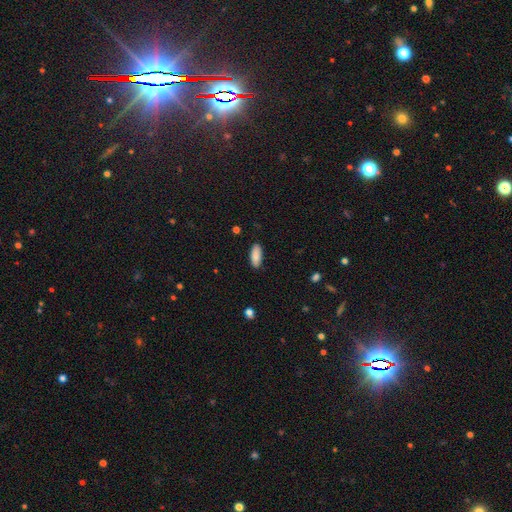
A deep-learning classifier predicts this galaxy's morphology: The model was most divided on "how rounded": in between: 81%, cigar-shaped: 17%, round: 2%. More confident: smooth or featured — smooth (89%); merging — none (87%).